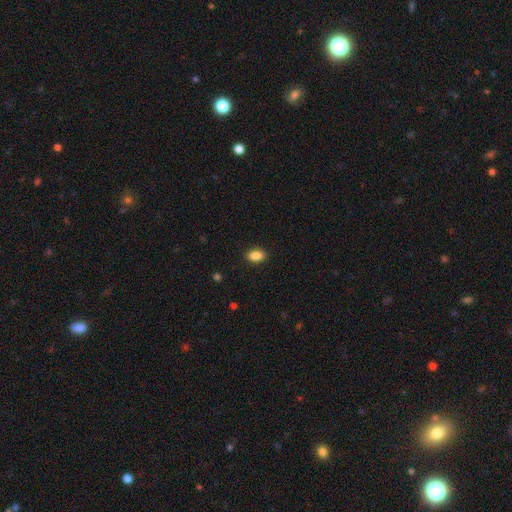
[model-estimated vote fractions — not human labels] This is clearly a smooth galaxy (88%). How rounded: clearly in between (88%). Merging: clearly none (89%).